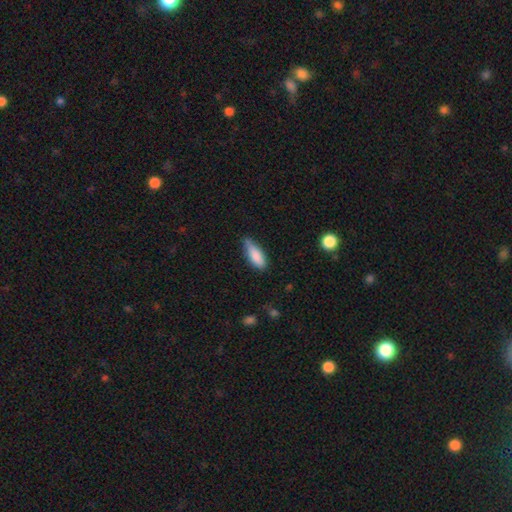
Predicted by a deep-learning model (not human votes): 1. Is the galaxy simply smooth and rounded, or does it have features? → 84% smooth, 9% featured or disk, 7% star or artifact.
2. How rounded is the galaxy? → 68% in between, 30% cigar-shaped, 2% round.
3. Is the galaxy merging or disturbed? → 57% none, 35% minor disturbance, 6% major disturbance, 3% merger.